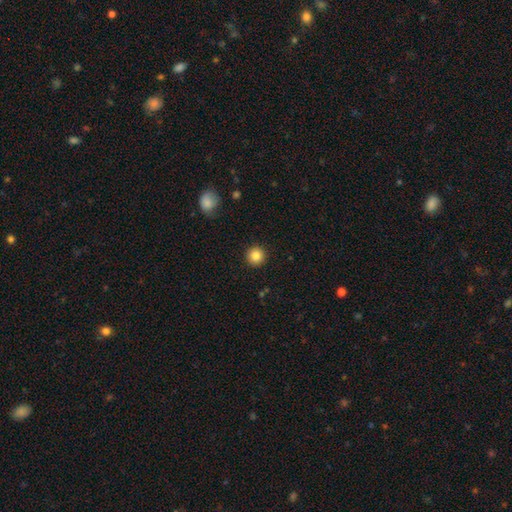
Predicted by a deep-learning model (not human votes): Morphology: type=smooth (85%); roundness=round (95%); merging=none (92%).